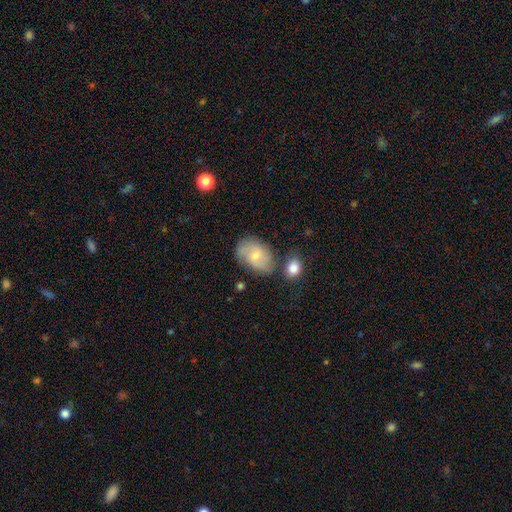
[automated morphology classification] Overall: smooth (52%; featured or disk 41%). How rounded: in between (82%). Merging: none (59%; minor disturbance 23%).